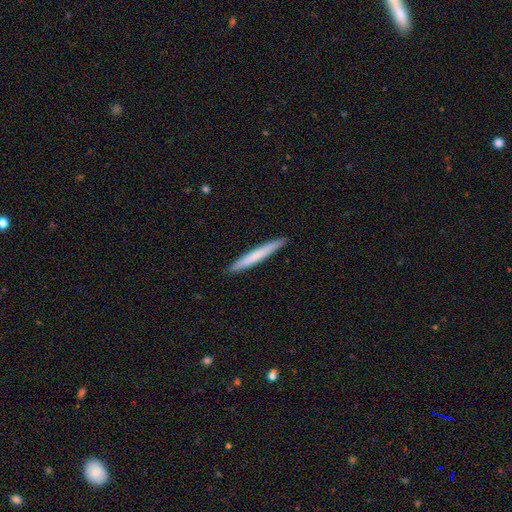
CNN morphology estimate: A smooth galaxy with no disk features (68%) that is cigar-shaped (97%). Merging: none (92%).